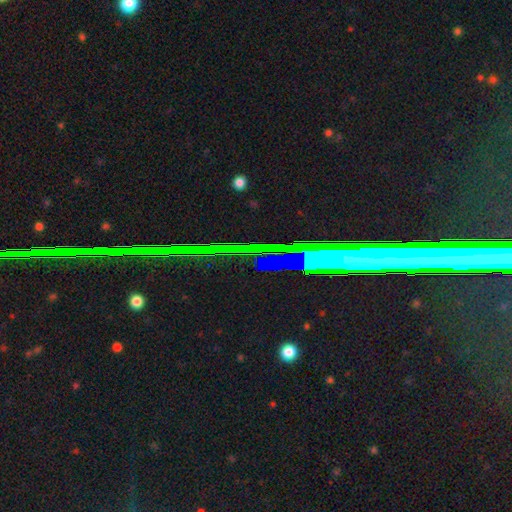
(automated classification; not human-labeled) A star or artifact, not a galaxy (63%).